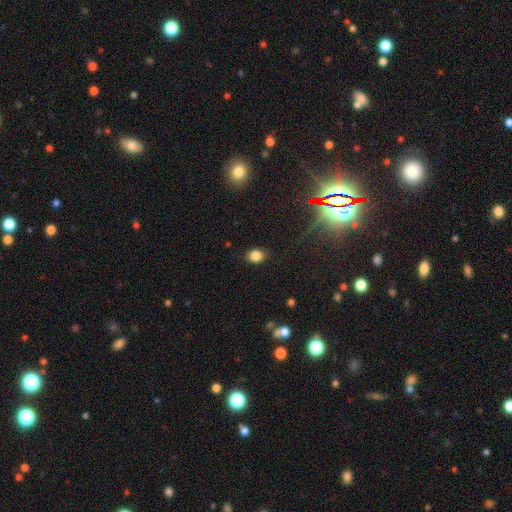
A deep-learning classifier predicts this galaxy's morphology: type=smooth (82%); roundness=in between (51%); merging=none (82%).